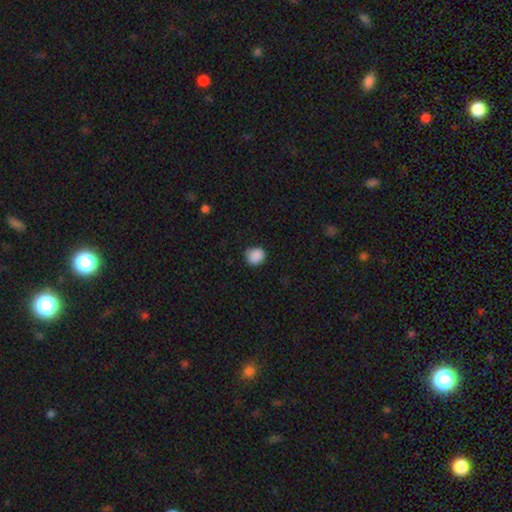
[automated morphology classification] Smooth or featured: smooth — 89% (star or artifact — 9%)
How rounded: round — 84% (in between — 15%)
Merging: none — 85% (minor disturbance — 11%)